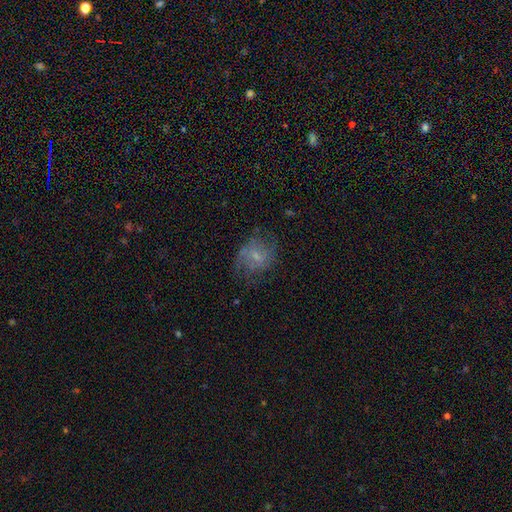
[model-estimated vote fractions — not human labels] Smooth or featured? Predicted: featured or disk (p=0.54). Edge-on disk? Predicted: no (p=0.97). Bar? Predicted: no (p=0.47). Spiral arms? Predicted: yes (p=0.72). Bulge size? Predicted: small (p=0.58). Merging? Predicted: none (p=0.57).